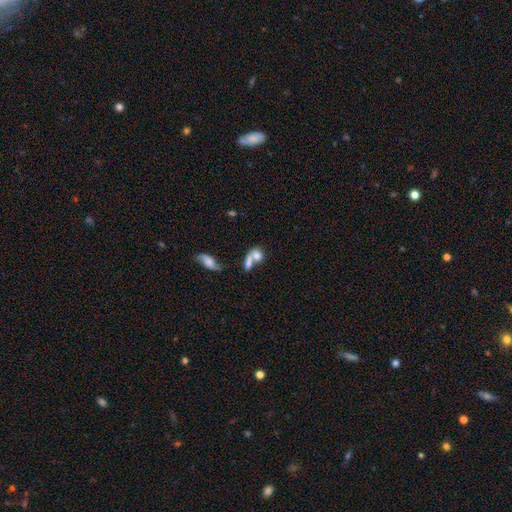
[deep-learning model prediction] Smooth or featured? Predicted: smooth (p=0.71). How rounded? Predicted: in between (p=0.62). Merging? Predicted: merger (p=0.62).